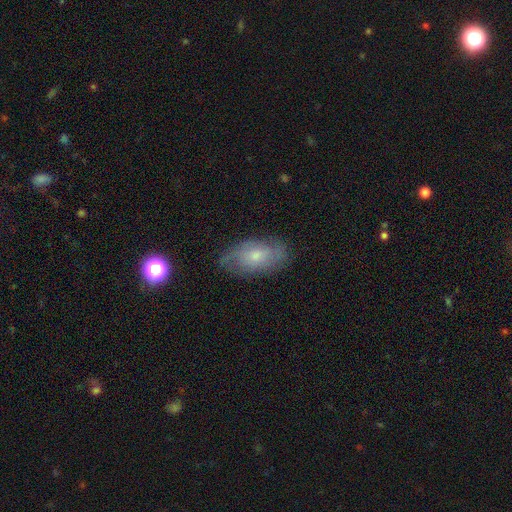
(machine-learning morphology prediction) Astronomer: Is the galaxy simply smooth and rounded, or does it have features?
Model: featured or disk — 53% (runner-up: smooth, 39%).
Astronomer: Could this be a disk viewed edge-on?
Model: no — 92%.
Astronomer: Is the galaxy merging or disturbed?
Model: none — 73%.